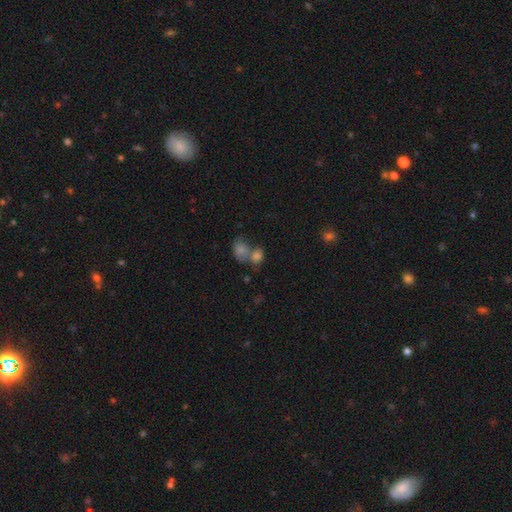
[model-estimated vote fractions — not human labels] Smooth or featured? Predicted: smooth (p=0.70). How rounded? Predicted: in between (p=0.50). Merging? Predicted: merger (p=0.53).